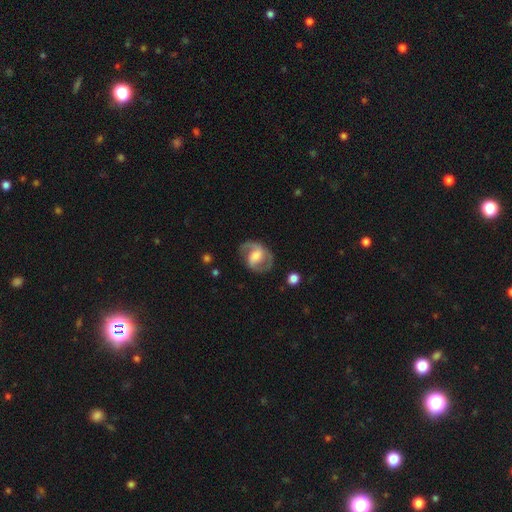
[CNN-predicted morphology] Smooth or featured? Predicted: featured or disk (p=0.77). Edge-on disk? Predicted: no (p=0.97). Bar? Predicted: weak (p=0.46). Spiral arms? Predicted: yes (p=0.92). Spiral winding? Predicted: medium (p=0.53). Spiral arm count? Predicted: 2 (p=0.85). Bulge size? Predicted: moderate (p=0.44). Merging? Predicted: none (p=0.71).